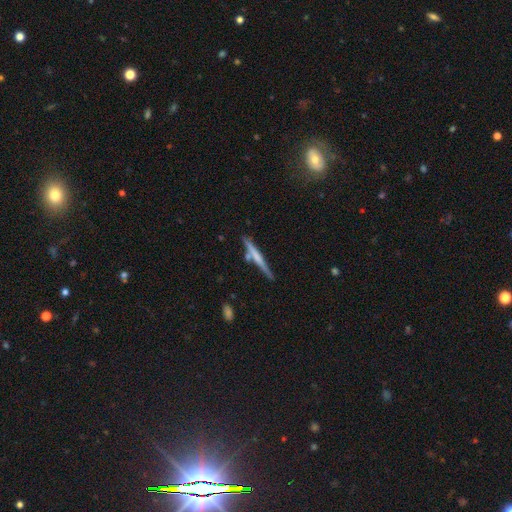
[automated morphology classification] Smooth or featured? Predicted: featured or disk (p=0.54). Edge-on disk? Predicted: yes (p=0.97). Edge-on bulge? Predicted: none (p=0.56). Merging? Predicted: none (p=0.77).